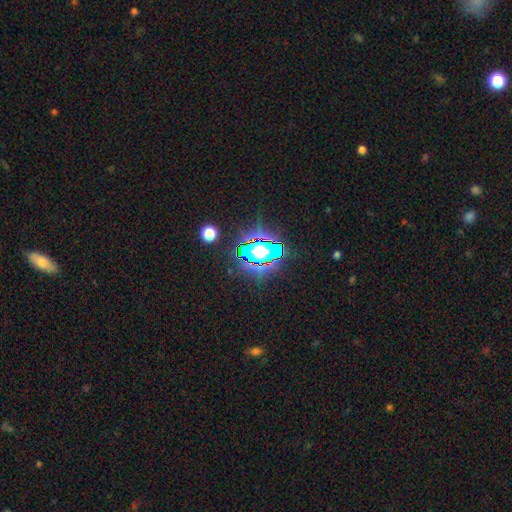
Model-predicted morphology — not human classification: A star or artifact, not a galaxy (81%).

Vote fractions:
- Smooth or featured? star or artifact: 81% / smooth: 12% / featured or disk: 8%